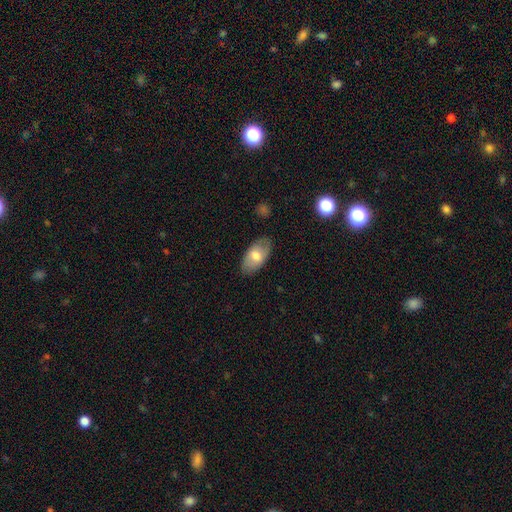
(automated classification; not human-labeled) Smooth or featured? smooth (66%)
How rounded? in between (94%)
Merging? none (81%)